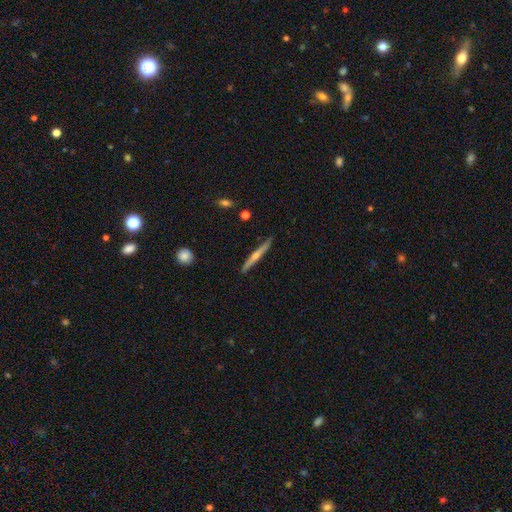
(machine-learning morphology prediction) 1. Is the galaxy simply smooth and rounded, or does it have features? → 60% featured or disk, 34% smooth, 6% star or artifact.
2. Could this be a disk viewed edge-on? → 97% yes, 3% no.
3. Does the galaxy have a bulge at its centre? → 75% rounded, 20% none, 5% boxy.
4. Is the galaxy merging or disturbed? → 88% none, 9% minor disturbance, 2% major disturbance, 1% merger.